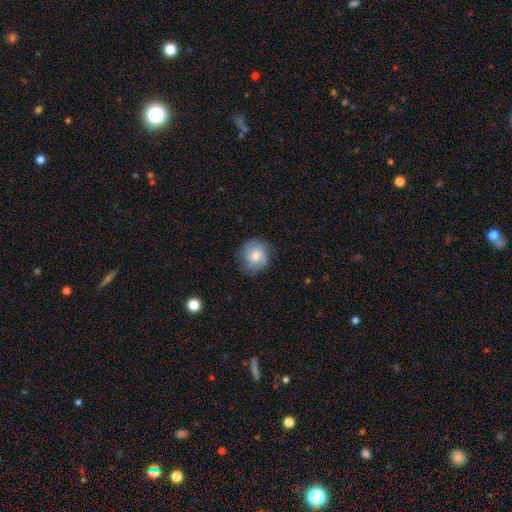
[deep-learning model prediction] The model was most divided on "smooth or featured": smooth: 48%, featured or disk: 44%, star or artifact: 8%. More confident: merging — none (74%).